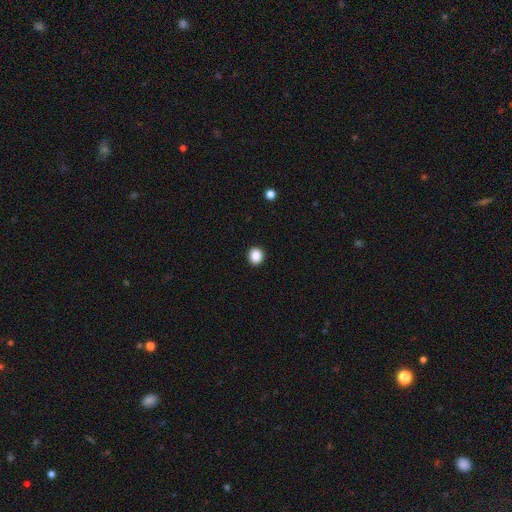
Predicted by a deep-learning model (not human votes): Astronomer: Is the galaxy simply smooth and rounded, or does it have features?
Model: smooth — 88%.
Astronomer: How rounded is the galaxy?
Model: round — 79%.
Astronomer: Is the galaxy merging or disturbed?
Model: none — 92%.